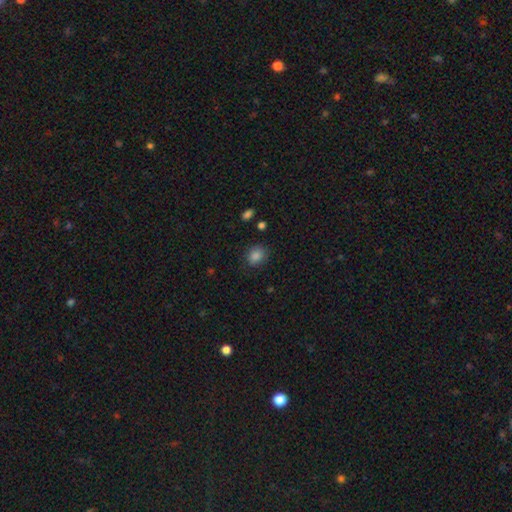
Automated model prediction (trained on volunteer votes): A smooth galaxy with no disk features (85%) that is round (57%).

Vote fractions:
- Smooth or featured? smooth: 85% / star or artifact: 10% / featured or disk: 4%
- How rounded? round: 57% / in between: 42% / cigar-shaped: 1%
- Merging? none: 80% / minor disturbance: 15% / major disturbance: 4% / merger: 2%